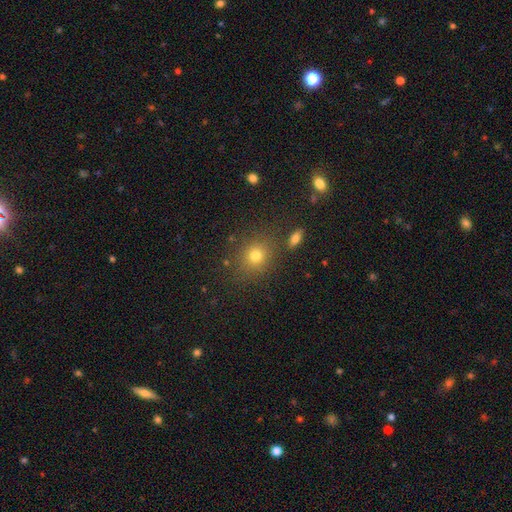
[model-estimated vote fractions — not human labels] smooth-or-featured: smooth: 74% | star or artifact: 17% | featured or disk: 9%
  how-rounded: round: 74% | in between: 25% | cigar-shaped: 1%
  merging: none: 81% | minor disturbance: 10% | merger: 5% | major disturbance: 4%